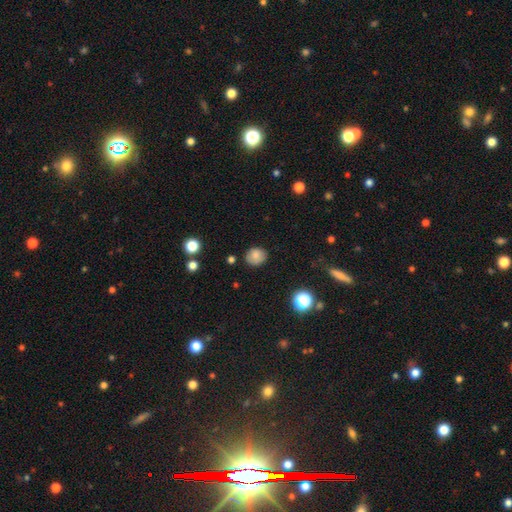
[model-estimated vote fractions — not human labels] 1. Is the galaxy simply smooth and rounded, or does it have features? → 80% smooth, 11% star or artifact, 9% featured or disk.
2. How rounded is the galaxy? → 70% round, 29% in between, 1% cigar-shaped.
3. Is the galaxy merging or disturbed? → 80% none, 15% minor disturbance, 3% major disturbance, 2% merger.